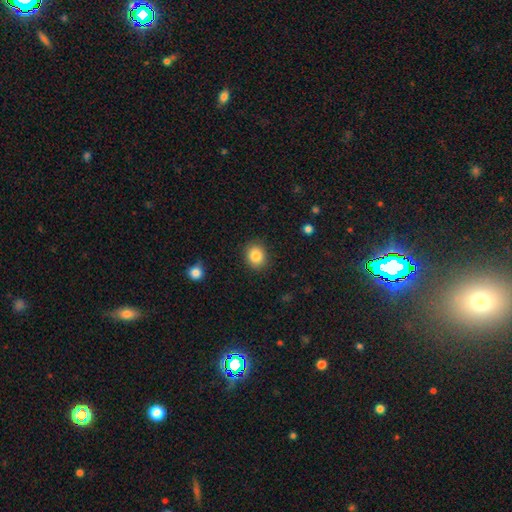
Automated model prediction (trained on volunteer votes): smooth-or-featured: smooth: 85% | star or artifact: 9% | featured or disk: 6%
  how-rounded: round: 68% | in between: 31% | cigar-shaped: 1%
  merging: none: 89% | minor disturbance: 8% | major disturbance: 2% | merger: 1%